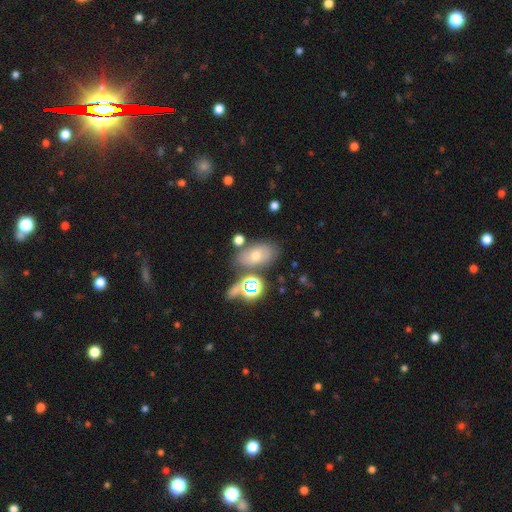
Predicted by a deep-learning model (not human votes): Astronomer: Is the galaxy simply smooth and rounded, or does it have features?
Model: smooth — 47% (runner-up: featured or disk, 28%).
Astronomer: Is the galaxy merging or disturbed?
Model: none — 65%.